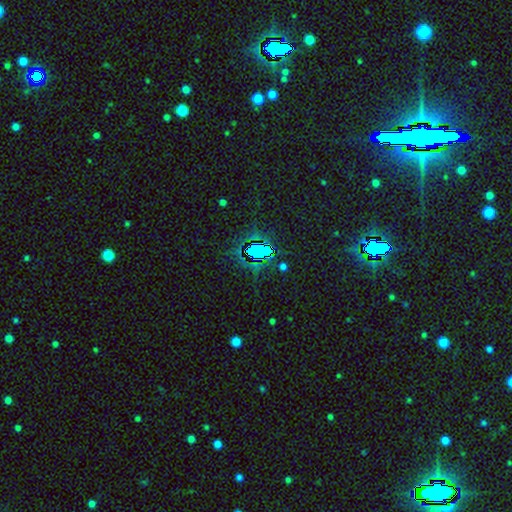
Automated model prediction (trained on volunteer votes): star or artifact 72%, smooth 18%, featured or disk 10%.